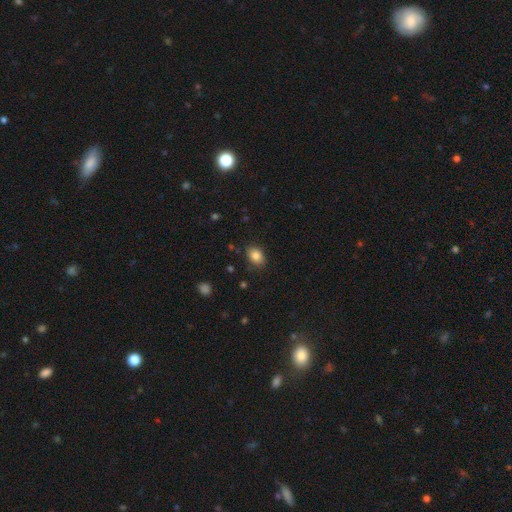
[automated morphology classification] smooth_or_featured: smooth (p=0.85) [alt: star or artifact p=0.09]
how_rounded: in between (p=0.67) [alt: round p=0.32]
merging: none (p=0.84) [alt: minor disturbance p=0.12]